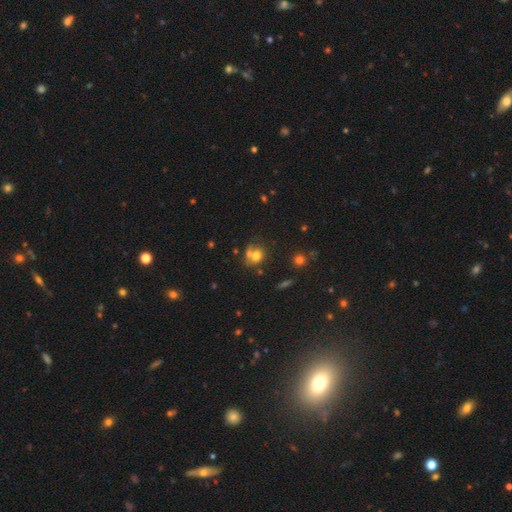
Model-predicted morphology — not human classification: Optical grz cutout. It shows a smooth galaxy with no disk features (67%) that is round (60%). Merging: merger (43%).